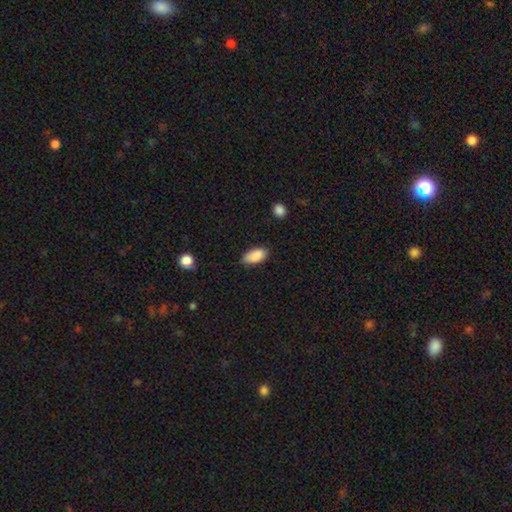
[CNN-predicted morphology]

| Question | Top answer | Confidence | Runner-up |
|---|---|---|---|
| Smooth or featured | smooth | 89% | star or artifact (7%) |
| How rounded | in between | 91% | cigar-shaped (6%) |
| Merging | none | 76% | minor disturbance (20%) |